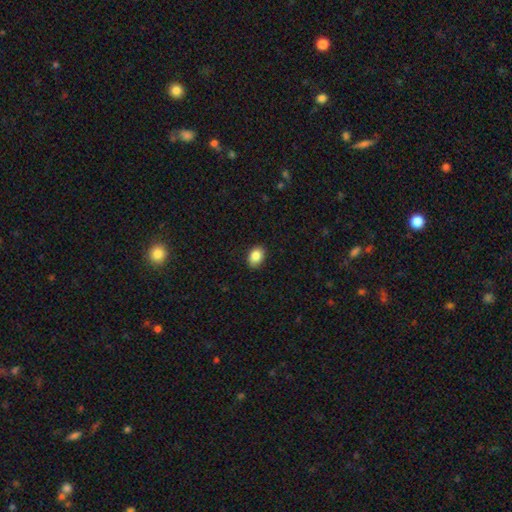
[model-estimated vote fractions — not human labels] Q: Smooth or featured?
A: smooth (86%); runner-up: star or artifact (8%)
Q: How rounded?
A: in between (75%); runner-up: round (24%)
Q: Merging?
A: none (89%); runner-up: minor disturbance (8%)